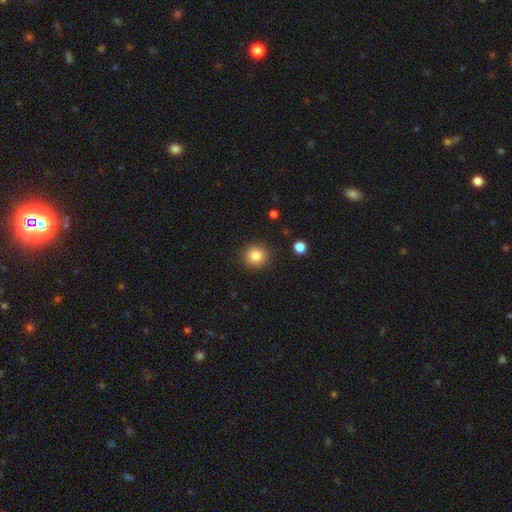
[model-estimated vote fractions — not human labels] This is clearly a smooth galaxy (84%). How rounded: clearly round (87%). Merging: clearly none (90%).